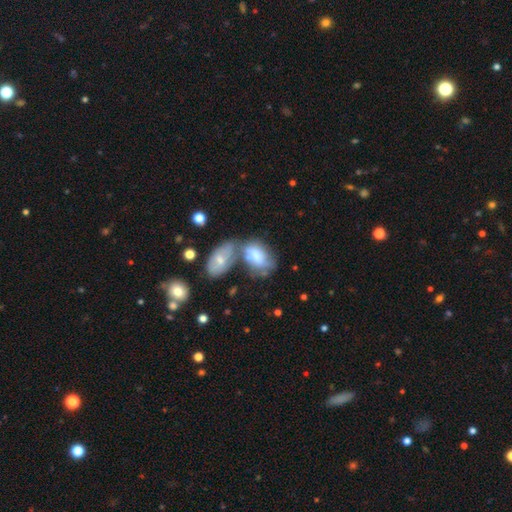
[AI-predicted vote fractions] Smooth or featured: smooth — 61% (featured or disk — 31%)
How rounded: in between — 90% (round — 8%)
Merging: merger — 50% (none — 22%)